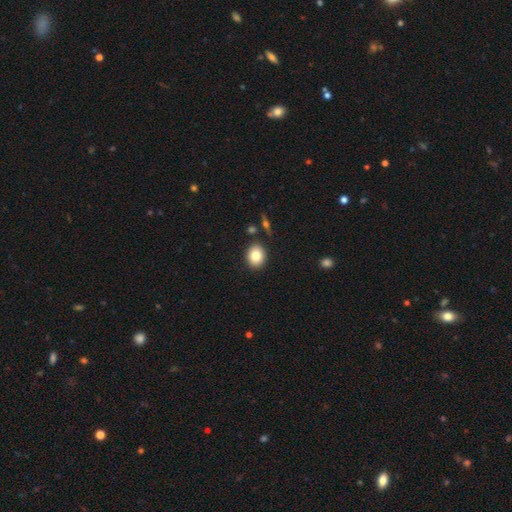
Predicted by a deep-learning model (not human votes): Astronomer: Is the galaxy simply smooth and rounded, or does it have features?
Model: smooth — 81%.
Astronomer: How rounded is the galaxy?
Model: round — 55% (runner-up: in between, 44%).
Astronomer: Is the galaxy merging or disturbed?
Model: none — 87%.